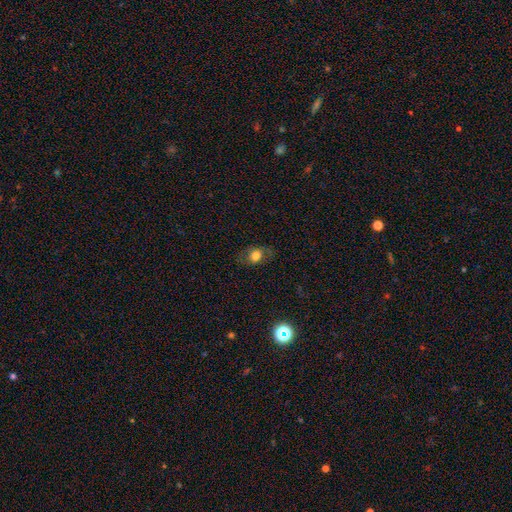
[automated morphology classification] Smooth or featured? smooth (70%)
How rounded? in between (61%)
Merging? none (72%)